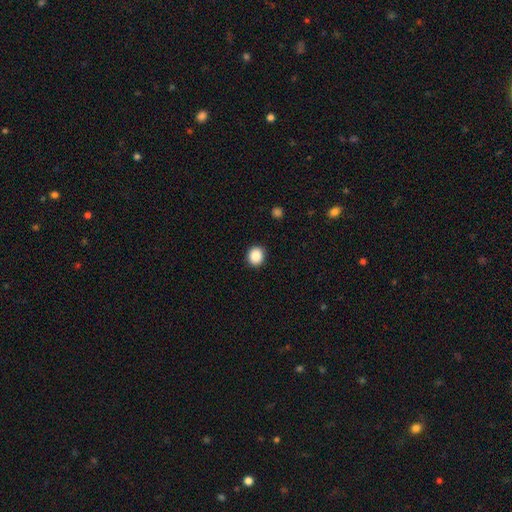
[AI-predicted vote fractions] Overall: smooth (88%). How rounded: round (82%). Merging: none (92%).